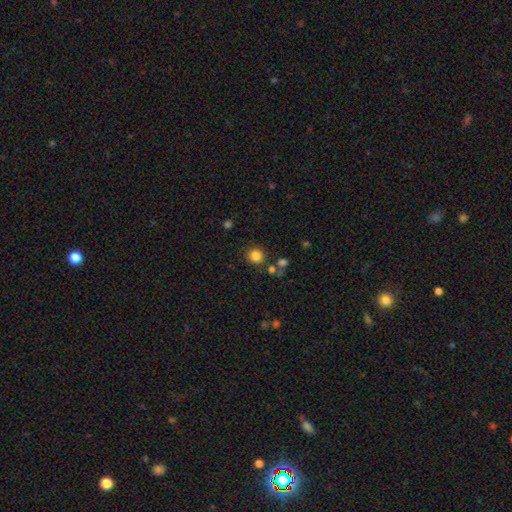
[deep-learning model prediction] A smooth galaxy with no disk features (83%) that is round (91%). Merging: none (81%).